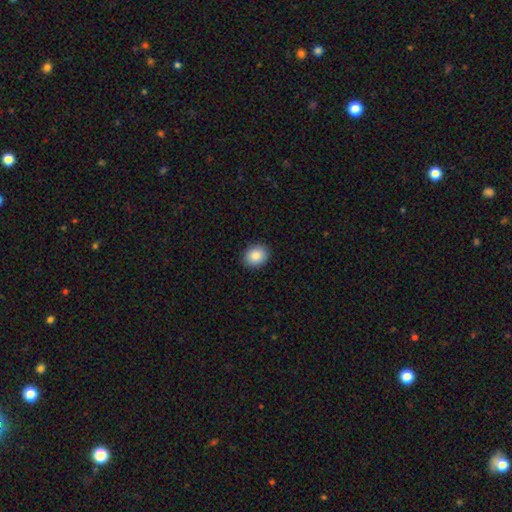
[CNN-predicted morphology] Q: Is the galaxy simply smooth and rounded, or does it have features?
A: smooth — 87%.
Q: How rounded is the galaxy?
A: round — 53%.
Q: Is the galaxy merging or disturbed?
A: none — 91%.